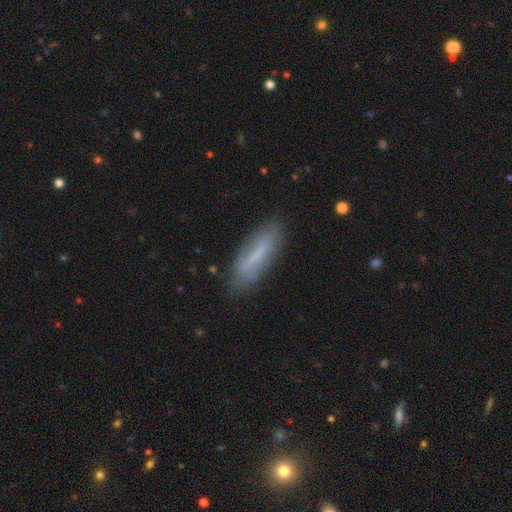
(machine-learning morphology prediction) This is likely a smooth galaxy (61%). How rounded: likely cigar-shaped (64%). Merging: likely none (79%).